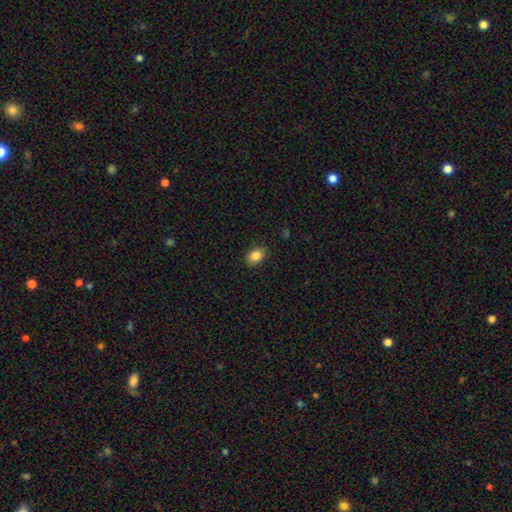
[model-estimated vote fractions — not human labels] smooth_or_featured: smooth (p=0.86) [alt: star or artifact p=0.10]
how_rounded: in between (p=0.66) [alt: round p=0.33]
merging: none (p=0.88) [alt: minor disturbance p=0.09]